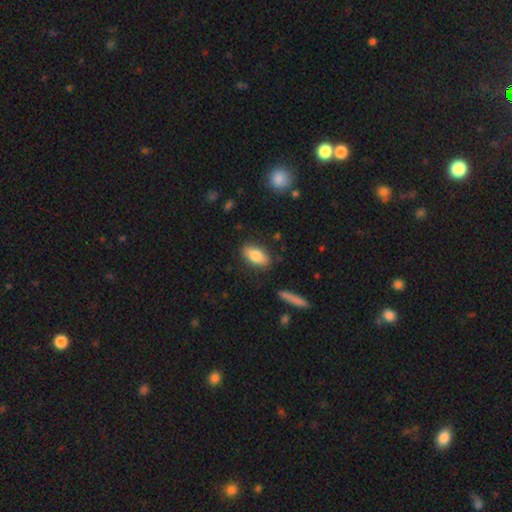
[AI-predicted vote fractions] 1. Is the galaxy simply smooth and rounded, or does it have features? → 83% smooth, 10% featured or disk, 7% star or artifact.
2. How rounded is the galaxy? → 88% in between, 8% cigar-shaped, 4% round.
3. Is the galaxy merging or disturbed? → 84% none, 11% minor disturbance, 3% major disturbance, 2% merger.